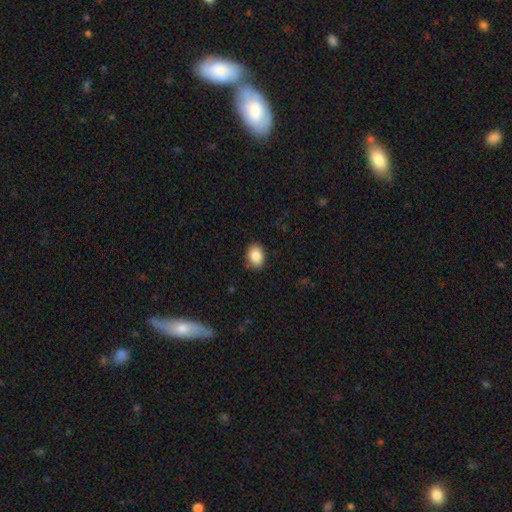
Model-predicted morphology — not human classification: Smooth or featured? Predicted: smooth (p=0.87). How rounded? Predicted: in between (p=0.74). Merging? Predicted: none (p=0.87).